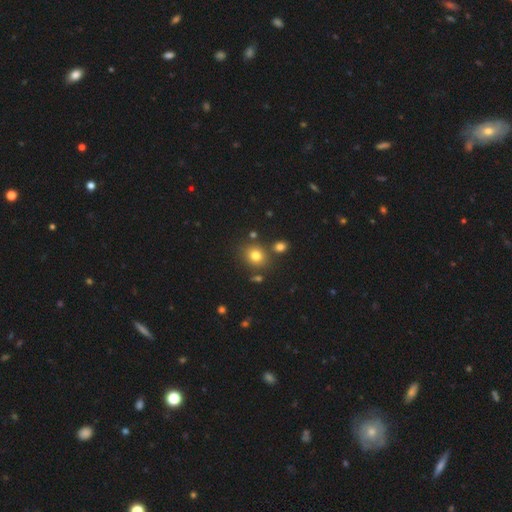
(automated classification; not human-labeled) Overall: smooth (77%). How rounded: round (74%). Merging: none (77%).